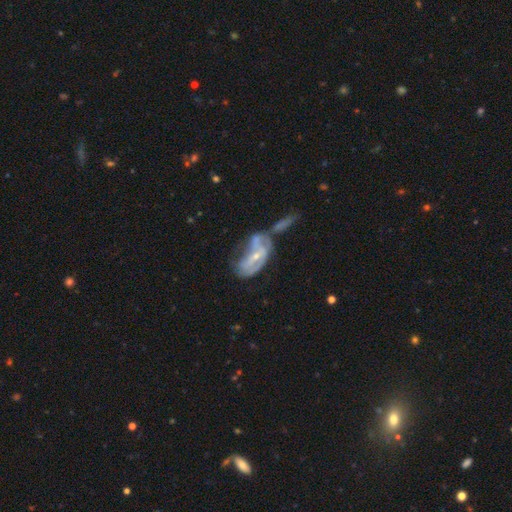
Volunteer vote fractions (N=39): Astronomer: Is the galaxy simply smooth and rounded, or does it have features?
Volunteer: featured or disk — 54% (runner-up: smooth, 36%).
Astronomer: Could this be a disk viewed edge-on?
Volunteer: no — 86%.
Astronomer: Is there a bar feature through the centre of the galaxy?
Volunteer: no — 39% (runner-up: weak, 33%).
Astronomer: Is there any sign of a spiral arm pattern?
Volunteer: yes — 61% (runner-up: no, 39%).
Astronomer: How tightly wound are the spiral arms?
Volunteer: tight — 55% (runner-up: medium, 36%).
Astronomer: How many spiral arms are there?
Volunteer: can't tell — 45% (runner-up: 2, 27%).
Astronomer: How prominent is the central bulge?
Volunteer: small — 56% (runner-up: moderate, 33%).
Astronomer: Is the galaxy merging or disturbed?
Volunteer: merger — 60%.